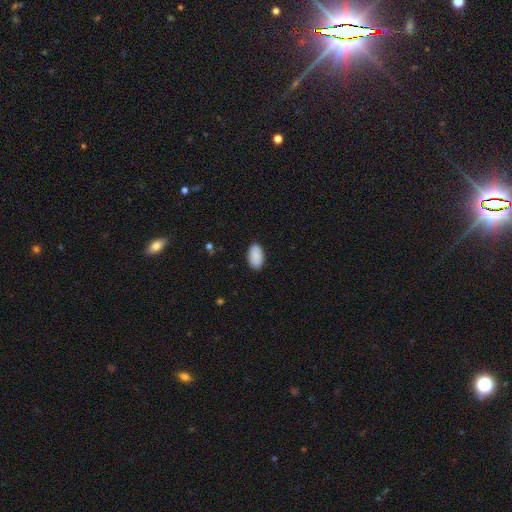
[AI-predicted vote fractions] Smooth or featured? Predicted: smooth (p=0.91). How rounded? Predicted: in between (p=0.95). Merging? Predicted: none (p=0.89).